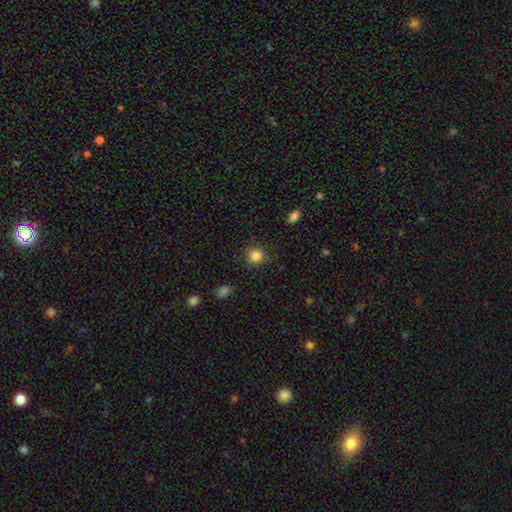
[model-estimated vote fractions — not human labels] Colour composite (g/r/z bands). It shows a smooth galaxy with no disk features (84%) that is round (92%). Merging: none (88%).